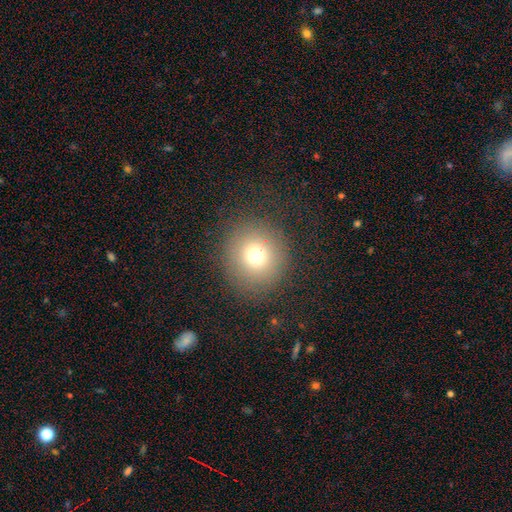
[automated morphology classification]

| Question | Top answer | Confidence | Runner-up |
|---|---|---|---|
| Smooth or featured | smooth | 72% | star or artifact (16%) |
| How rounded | round | 89% | in between (11%) |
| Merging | none | 85% | minor disturbance (8%) |